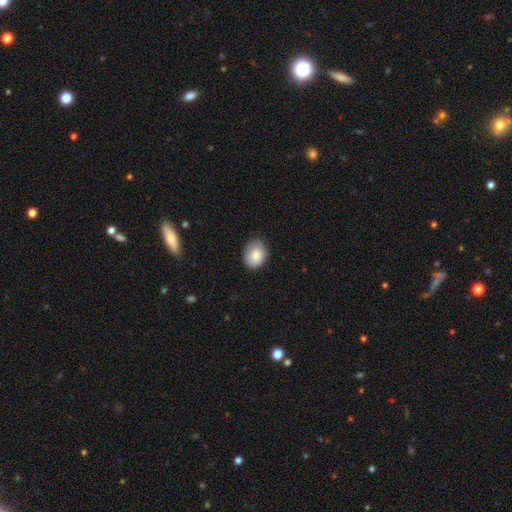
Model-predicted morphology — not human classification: Smooth or featured? smooth (85%)
How rounded? in between (56%)
Merging? none (81%)